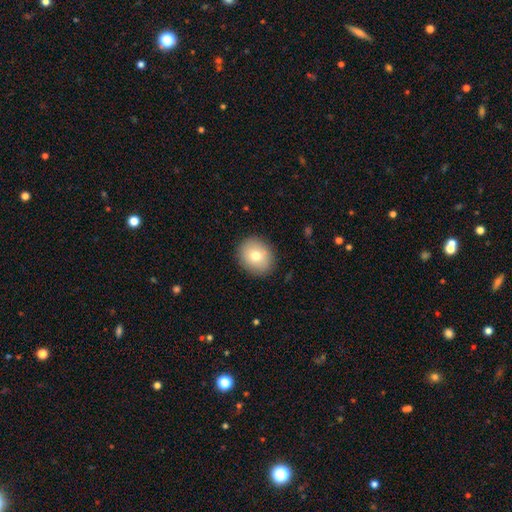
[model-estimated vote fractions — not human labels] Smooth or featured?
  - smooth: 77% *
  - featured or disk: 15%
  - star or artifact: 9%
How rounded?
  - round: 67% *
  - in between: 32%
  - cigar-shaped: 1%
Merging?
  - none: 89% *
  - minor disturbance: 8%
  - major disturbance: 2%
  - merger: 1%